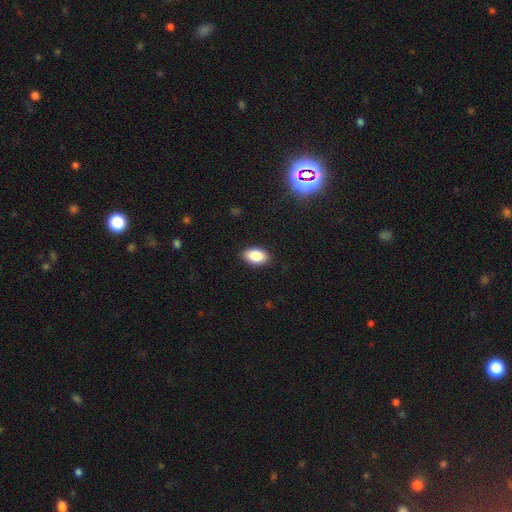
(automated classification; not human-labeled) smooth 87%, star or artifact 8%, featured or disk 6%. Down the decision tree: how rounded — in between (92%); merging — none (89%).